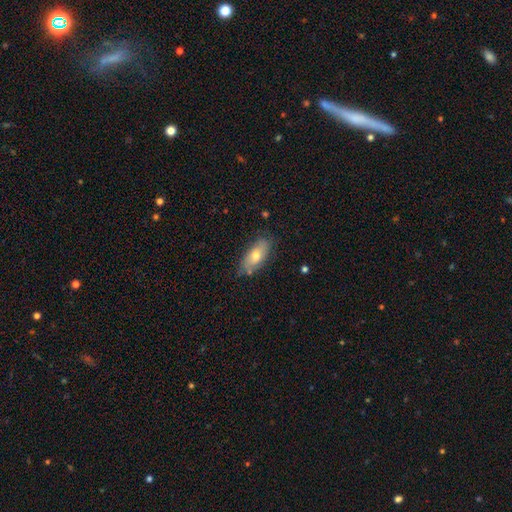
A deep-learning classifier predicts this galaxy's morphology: type=smooth (65%); roundness=in between (84%); merging=none (74%).